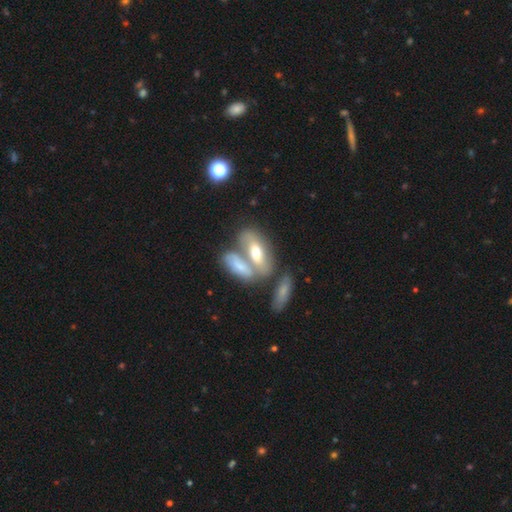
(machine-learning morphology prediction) A featured or disk galaxy (46%). Merging: merger (51%).